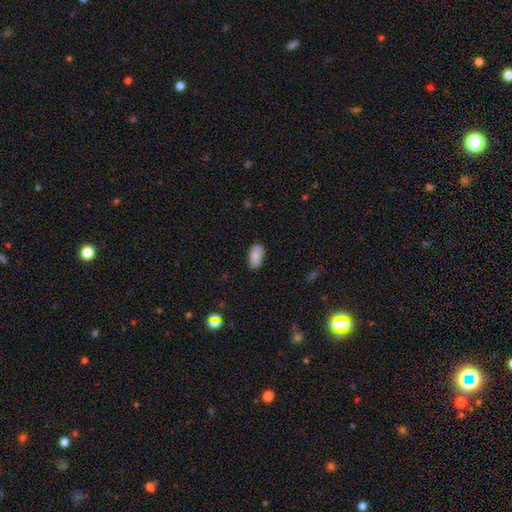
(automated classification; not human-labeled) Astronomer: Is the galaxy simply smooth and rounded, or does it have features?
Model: smooth — 83%.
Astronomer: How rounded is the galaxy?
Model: in between — 94%.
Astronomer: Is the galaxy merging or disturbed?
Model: none — 82%.